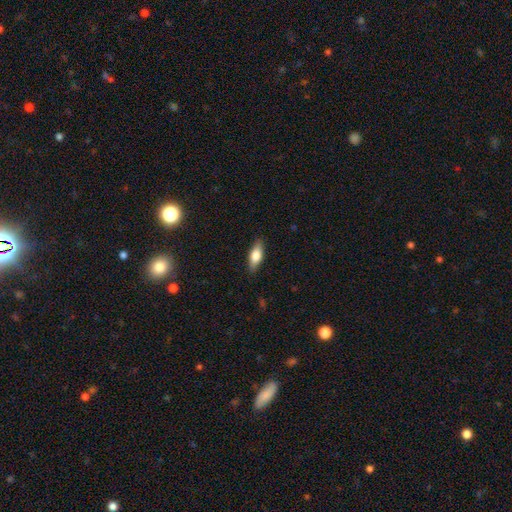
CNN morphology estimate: smooth 68%, featured or disk 25%, star or artifact 7%. Down the decision tree: how rounded — in between (70%); merging — none (88%).